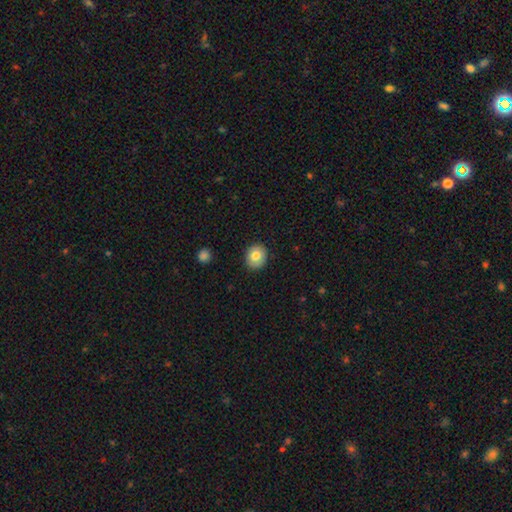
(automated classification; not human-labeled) Smooth or featured: smooth — 79% (featured or disk — 12%)
How rounded: round — 73% (in between — 26%)
Merging: none — 89% (minor disturbance — 8%)